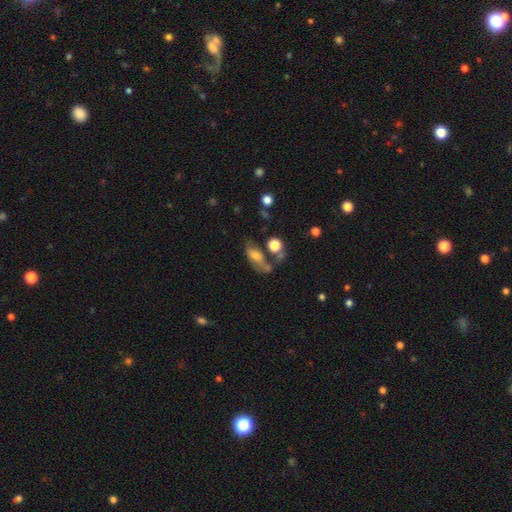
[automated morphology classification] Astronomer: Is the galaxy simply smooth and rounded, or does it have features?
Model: smooth — 52% (runner-up: featured or disk, 36%).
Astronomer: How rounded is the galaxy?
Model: in between — 80%.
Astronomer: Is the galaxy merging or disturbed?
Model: none — 34% (runner-up: major disturbance, 26%).